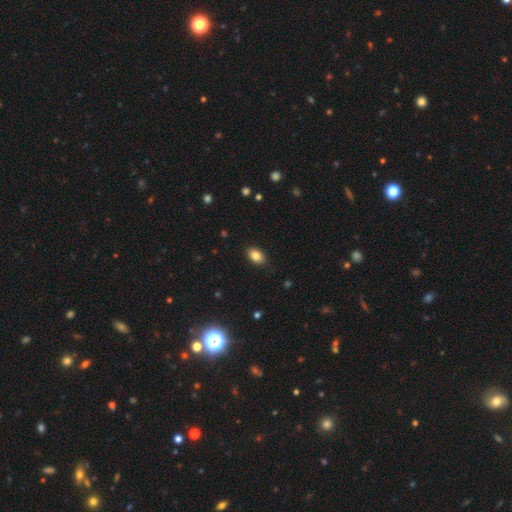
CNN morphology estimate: A smooth galaxy with no disk features (84%) that is in between round and cigar-shaped (86%). Merging: none (87%).